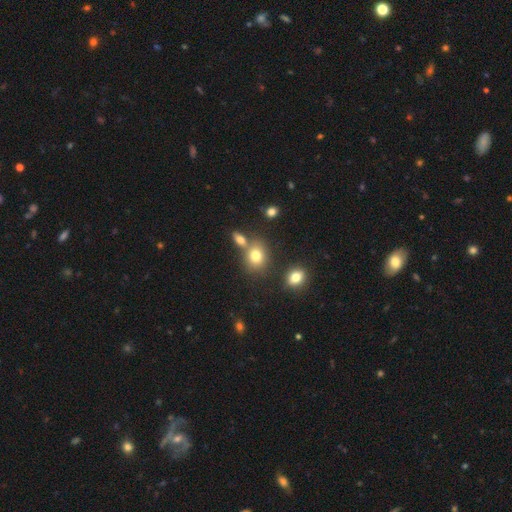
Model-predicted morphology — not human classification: This appears to be a smooth galaxy with no disk features (78%) that is round (56%). Merging: none (61%).